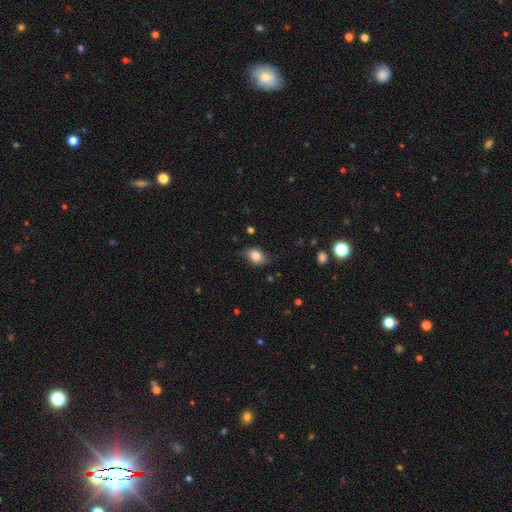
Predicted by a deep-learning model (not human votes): A smooth galaxy with no disk features (82%) that is in between round and cigar-shaped (75%). Merging: none (70%).